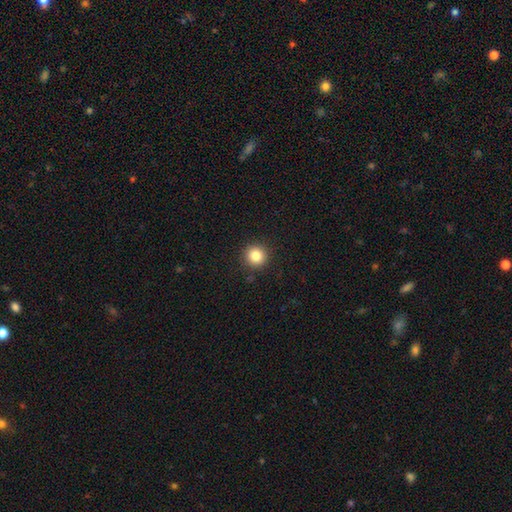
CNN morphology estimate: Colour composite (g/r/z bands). It shows a smooth galaxy with no disk features (84%) that is round (95%). Merging: none (91%).